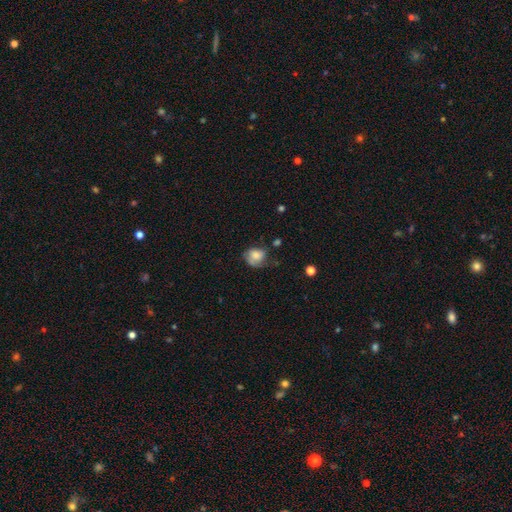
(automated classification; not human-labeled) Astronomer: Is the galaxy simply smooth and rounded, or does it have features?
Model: smooth — 63%.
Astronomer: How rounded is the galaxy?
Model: round — 52% (runner-up: in between, 47%).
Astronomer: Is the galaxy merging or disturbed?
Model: none — 41% (runner-up: minor disturbance, 33%).